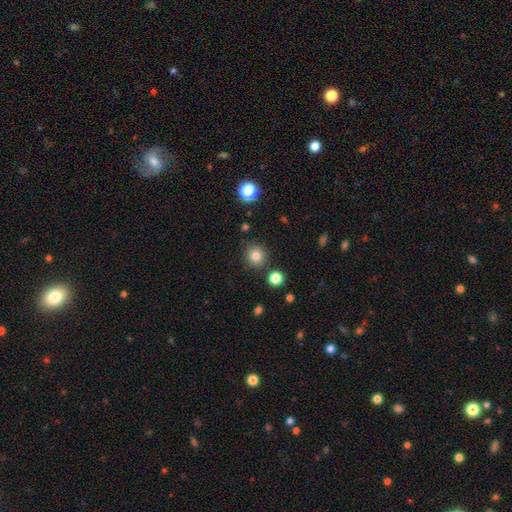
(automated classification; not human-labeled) The model was most divided on "smooth or featured": smooth: 82%, star or artifact: 12%, featured or disk: 6%. More confident: how rounded — round (91%); merging — none (86%).